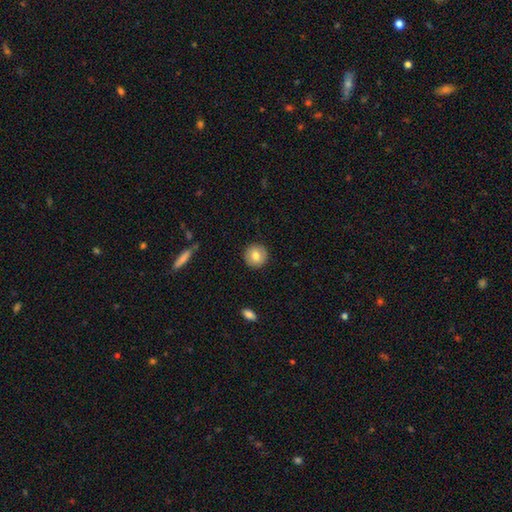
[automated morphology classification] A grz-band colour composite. It shows a smooth galaxy with no disk features (78%) that is round (94%). Merging: none (91%).